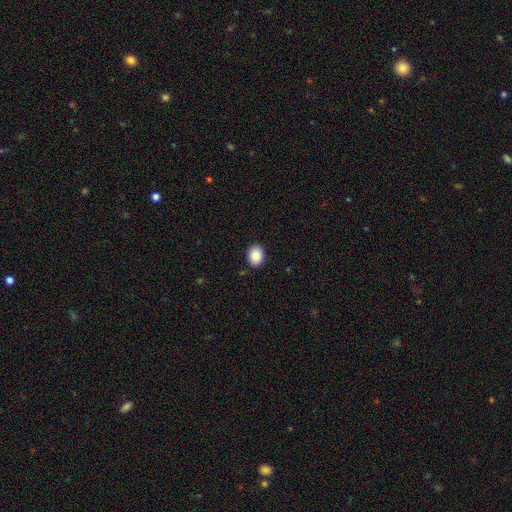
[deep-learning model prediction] The model was most divided on "how rounded": in between: 62%, round: 38%, cigar-shaped: 1%. More confident: merging — none (89%); smooth or featured — smooth (87%).